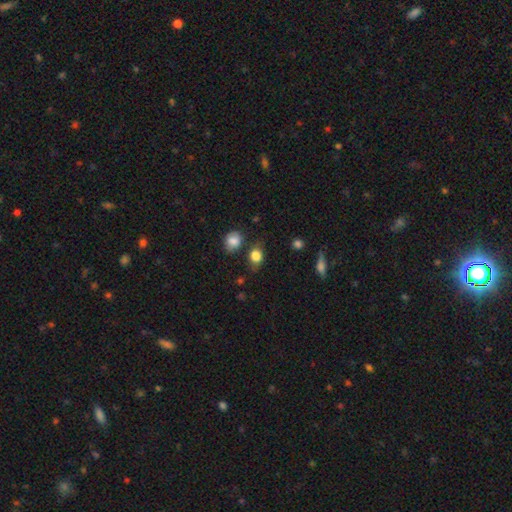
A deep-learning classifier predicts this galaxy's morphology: Overall: smooth (82%). How rounded: in between (54%; round 44%). Merging: none (69%).